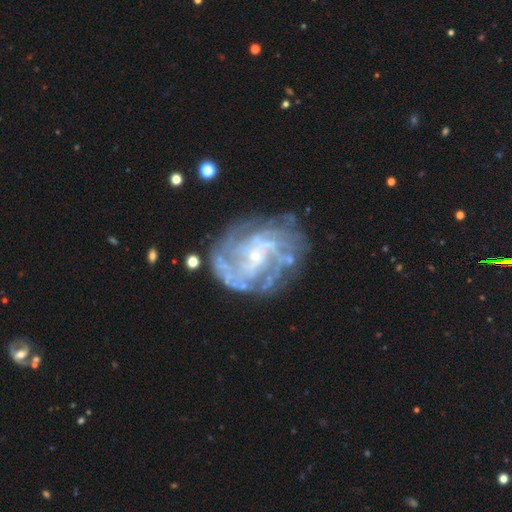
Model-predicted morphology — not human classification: Smooth or featured? featured or disk (86%)
Edge-on disk? no (97%)
Bar? no (62%)
Spiral arms? yes (90%)
Spiral winding? tight (56%)
Spiral arm count? can't tell (36%)
Bulge size? small (82%)
Merging? none (69%)